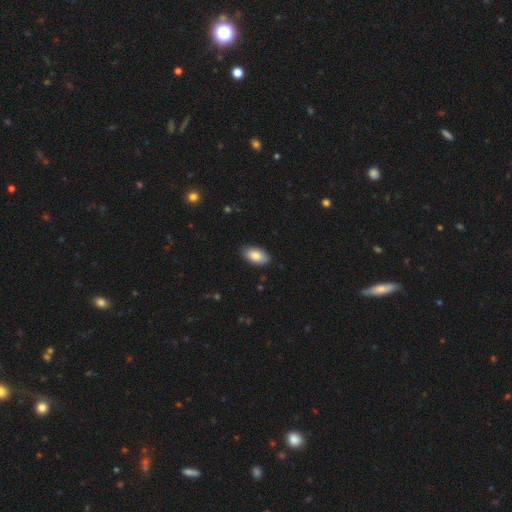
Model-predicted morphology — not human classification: A smooth galaxy with no disk features (85%) that is in between round and cigar-shaped (94%).

Vote fractions:
- Smooth or featured? smooth: 85% / featured or disk: 9% / star or artifact: 6%
- How rounded? in between: 94% / round: 3% / cigar-shaped: 3%
- Merging? none: 88% / minor disturbance: 10% / major disturbance: 2% / merger: 1%